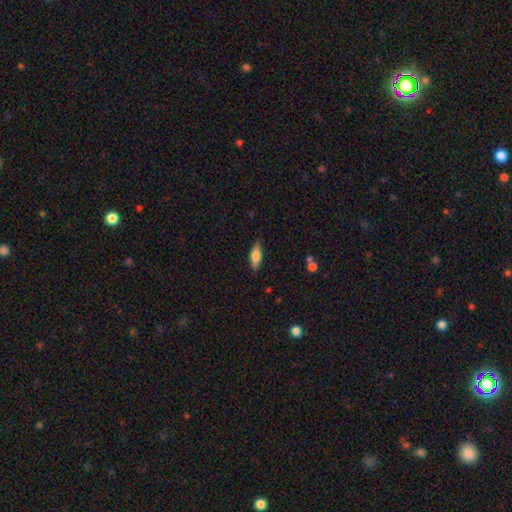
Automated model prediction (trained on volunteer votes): Smooth or featured? smooth (68%)
How rounded? in between (61%)
Merging? none (83%)